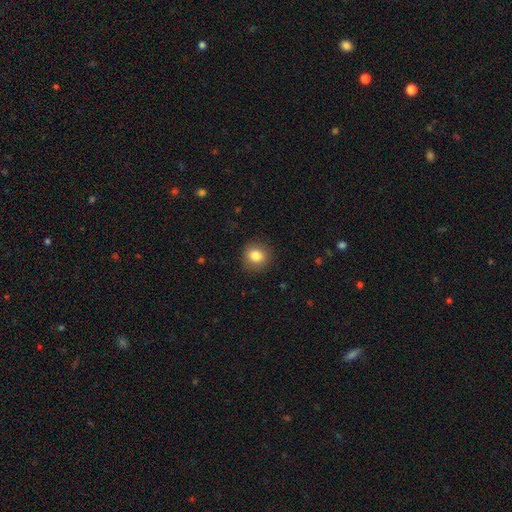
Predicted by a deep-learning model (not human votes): smooth-or-featured: smooth: 84% | star or artifact: 10% | featured or disk: 6%
  how-rounded: round: 82% | in between: 17% | cigar-shaped: 1%
  merging: none: 88% | minor disturbance: 8% | major disturbance: 2% | merger: 1%